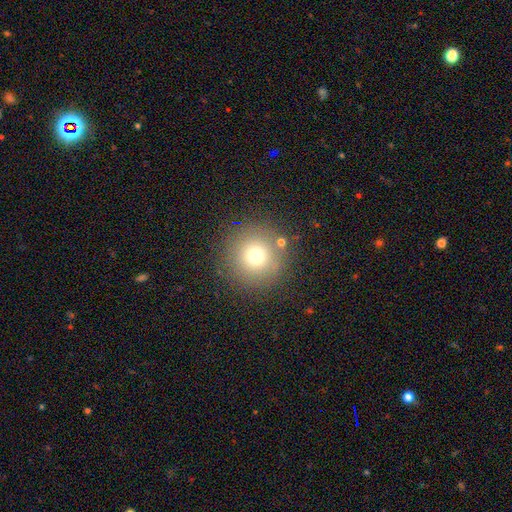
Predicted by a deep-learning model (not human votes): Overall: smooth (72%). How rounded: round (96%). Merging: none (86%).